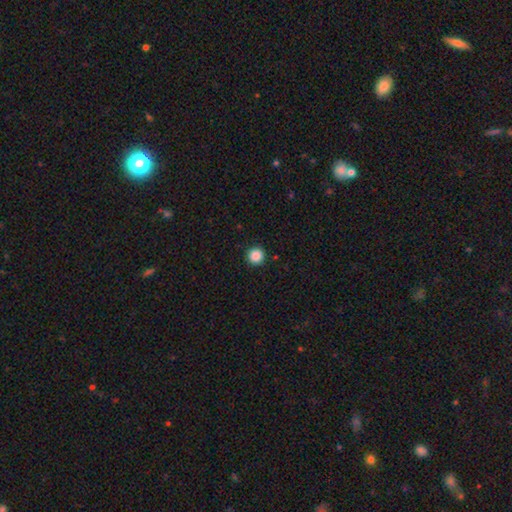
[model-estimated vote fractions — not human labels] Smooth or featured? smooth (87%)
How rounded? round (96%)
Merging? none (93%)